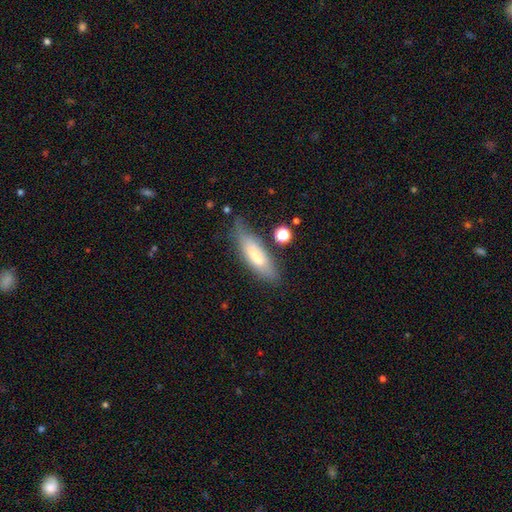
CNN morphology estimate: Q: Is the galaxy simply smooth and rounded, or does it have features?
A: smooth — 64%.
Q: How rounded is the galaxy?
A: cigar-shaped — 56%.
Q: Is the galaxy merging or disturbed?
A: none — 64%.